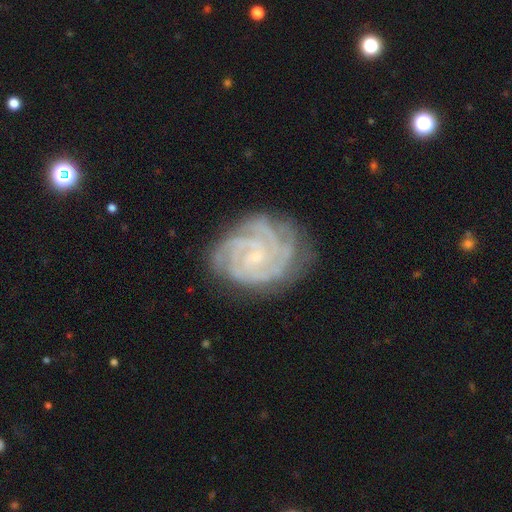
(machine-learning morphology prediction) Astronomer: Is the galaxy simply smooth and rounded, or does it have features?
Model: featured or disk — 89%.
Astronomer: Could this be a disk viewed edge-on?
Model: no — 98%.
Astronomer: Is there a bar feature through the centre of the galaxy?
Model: no — 61%.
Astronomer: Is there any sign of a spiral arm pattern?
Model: yes — 98%.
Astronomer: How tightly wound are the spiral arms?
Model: tight — 79%.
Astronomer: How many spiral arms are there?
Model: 4 — 29% (runner-up: 3, 26%).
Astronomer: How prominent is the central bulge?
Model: small — 77%.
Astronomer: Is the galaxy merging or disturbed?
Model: none — 75%.